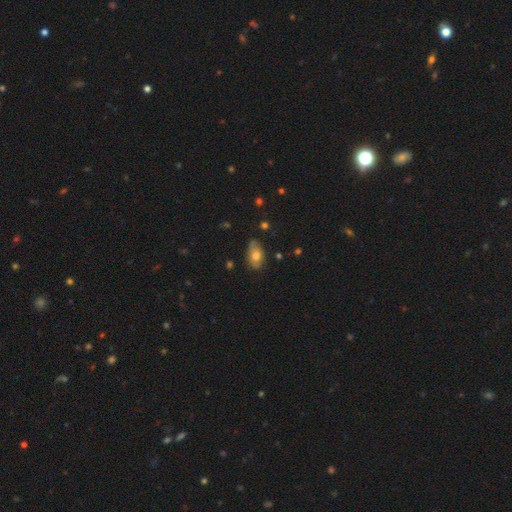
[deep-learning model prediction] This is likely a smooth galaxy (71%). How rounded: clearly in between (89%). Merging: likely none (65%).